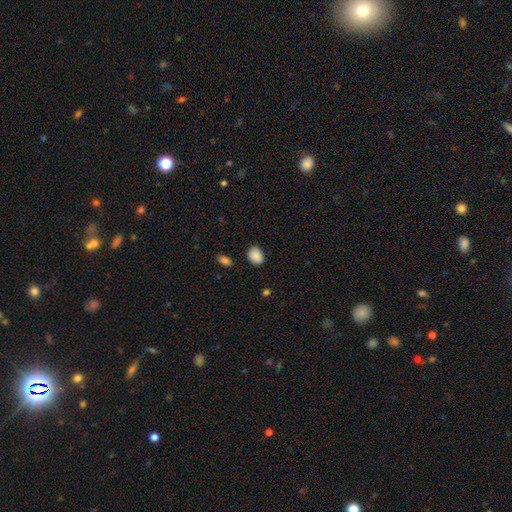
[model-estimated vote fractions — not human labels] smooth_or_featured: smooth (p=0.88) [alt: star or artifact p=0.08]
how_rounded: in between (p=0.60) [alt: round p=0.39]
merging: none (p=0.84) [alt: minor disturbance p=0.12]